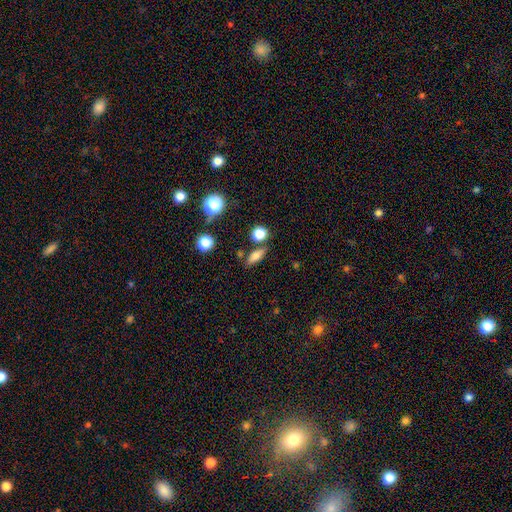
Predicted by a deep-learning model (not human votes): Overall: smooth (72%). How rounded: in between (60%; cigar-shaped 28%). Merging: none (77%).